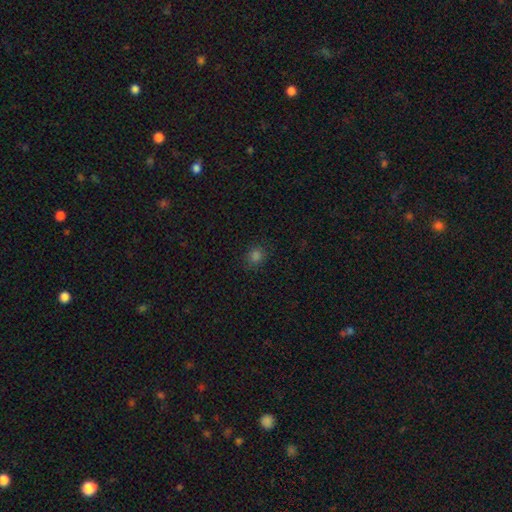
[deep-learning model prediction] Smooth or featured? smooth (79%)
How rounded? round (79%)
Merging? none (87%)